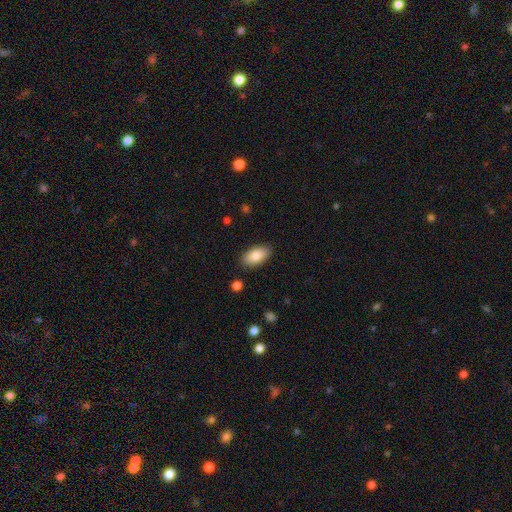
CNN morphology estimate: Smooth or featured: smooth — 85% (featured or disk — 8%)
How rounded: in between — 93% (cigar-shaped — 4%)
Merging: none — 87% (minor disturbance — 9%)